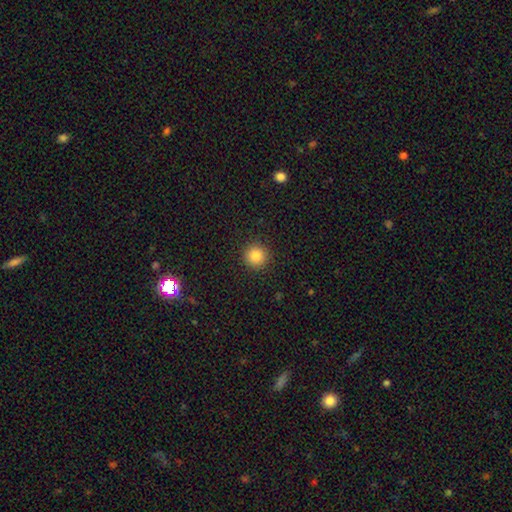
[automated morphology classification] smooth 84%, star or artifact 11%, featured or disk 5%. Down the decision tree: how rounded — round (95%); merging — none (92%).